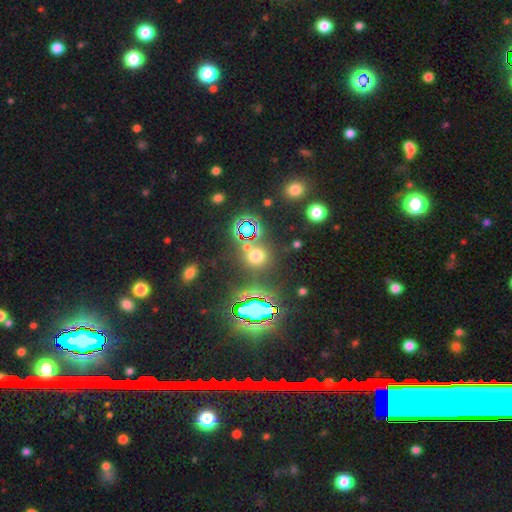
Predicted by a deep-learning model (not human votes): Smooth or featured? Predicted: smooth (p=0.50). How rounded? Predicted: round (p=0.87). Merging? Predicted: none (p=0.74).